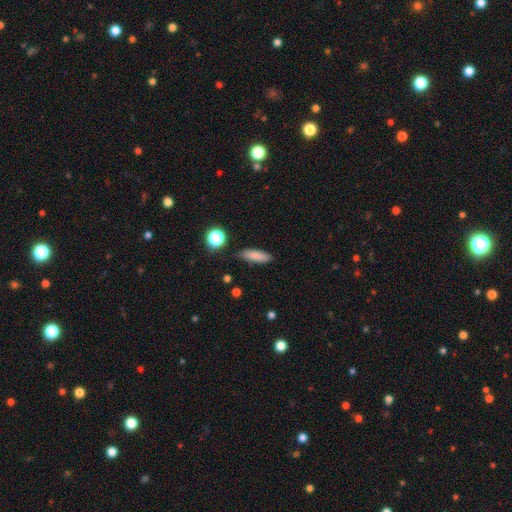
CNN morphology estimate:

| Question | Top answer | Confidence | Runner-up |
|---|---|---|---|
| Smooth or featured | smooth | 83% | star or artifact (10%) |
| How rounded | cigar-shaped | 53% | in between (44%) |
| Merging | none | 80% | minor disturbance (14%) |